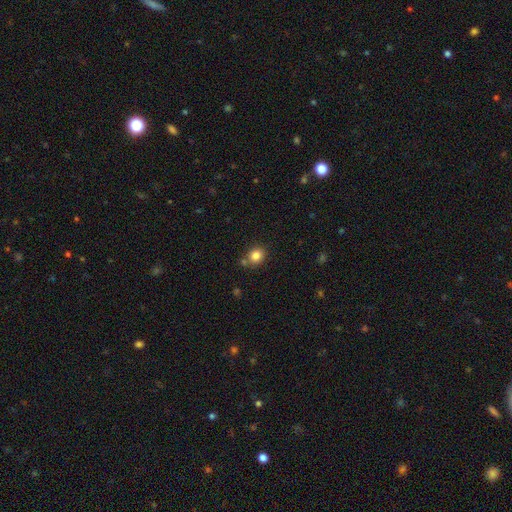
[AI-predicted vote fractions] Smooth or featured: smooth — 83% (star or artifact — 11%)
How rounded: round — 72% (in between — 27%)
Merging: none — 72% (minor disturbance — 13%)